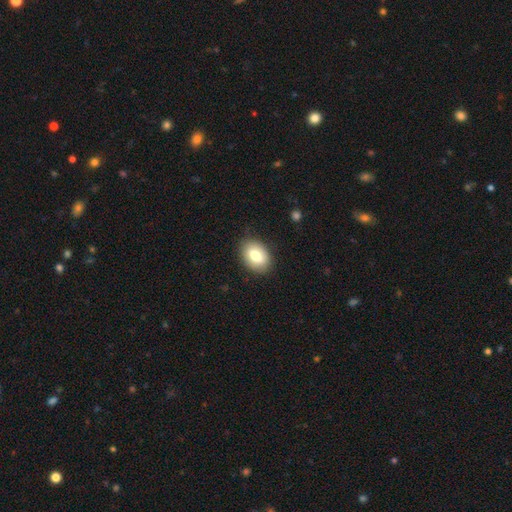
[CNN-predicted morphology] The model was most divided on "smooth or featured": smooth: 77%, featured or disk: 16%, star or artifact: 7%. More confident: how rounded — in between (85%); merging — none (85%).